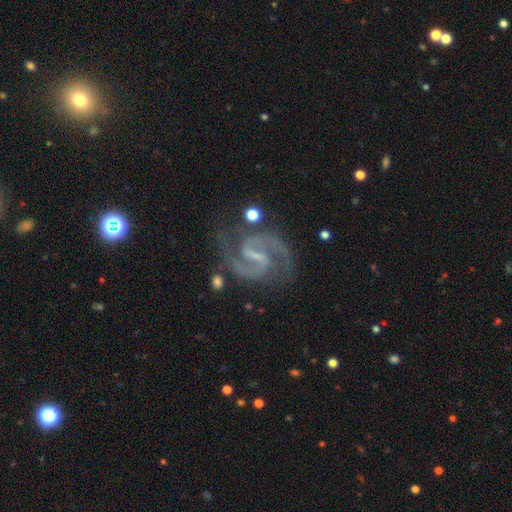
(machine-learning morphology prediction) Smooth or featured? featured or disk (93%)
Edge-on disk? no (98%)
Bar? weak (47%)
Spiral arms? yes (99%)
Spiral winding? medium (67%)
Spiral arm count? 2 (94%)
Bulge size? small (49%)
Merging? none (78%)